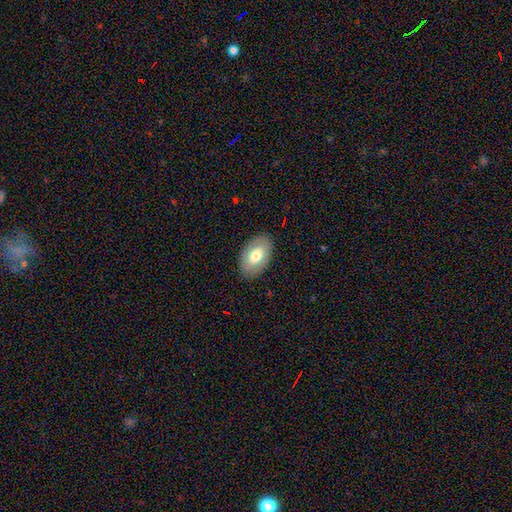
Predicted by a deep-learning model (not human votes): smooth_or_featured: smooth (p=0.68) [alt: featured or disk p=0.26]
how_rounded: in between (p=0.92) [alt: round p=0.07]
merging: none (p=0.86) [alt: minor disturbance p=0.10]